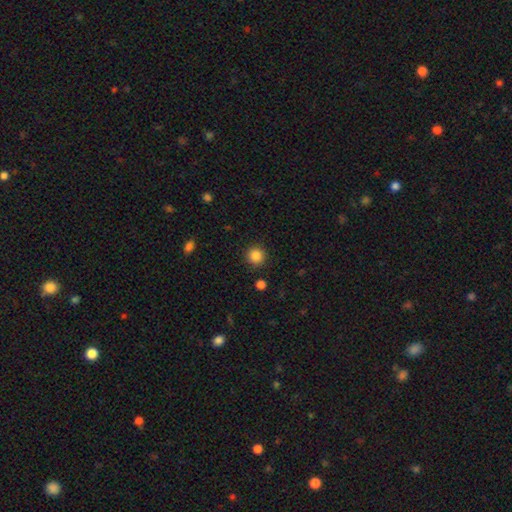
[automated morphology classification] Smooth or featured? Predicted: smooth (p=0.85). How rounded? Predicted: round (p=0.94). Merging? Predicted: none (p=0.91).